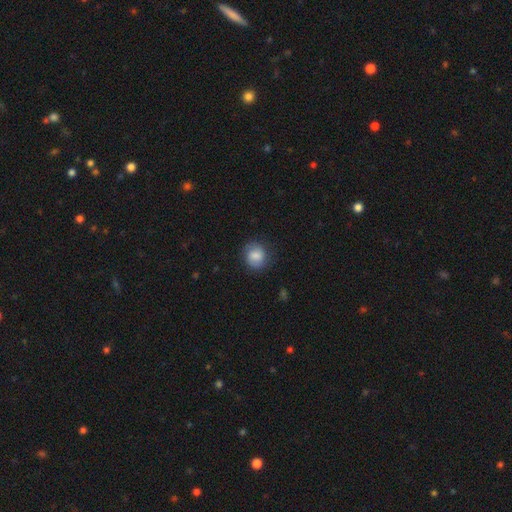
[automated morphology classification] smooth 80%, featured or disk 12%, star or artifact 8%. Down the decision tree: how rounded — round (79%); merging — none (79%).